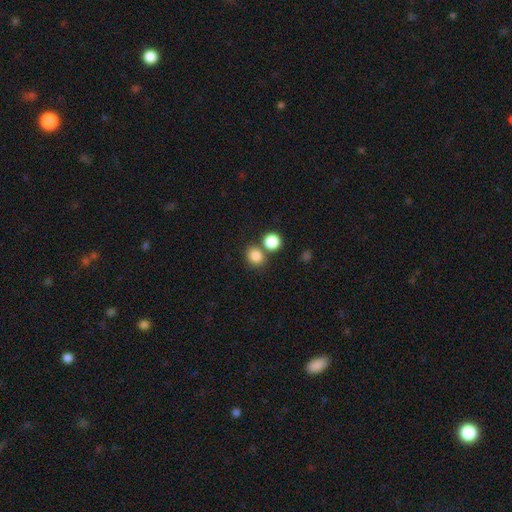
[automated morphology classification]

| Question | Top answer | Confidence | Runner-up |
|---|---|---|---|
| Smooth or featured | smooth | 84% | star or artifact (10%) |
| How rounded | round | 76% | in between (24%) |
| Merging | none | 60% | merger (28%) |